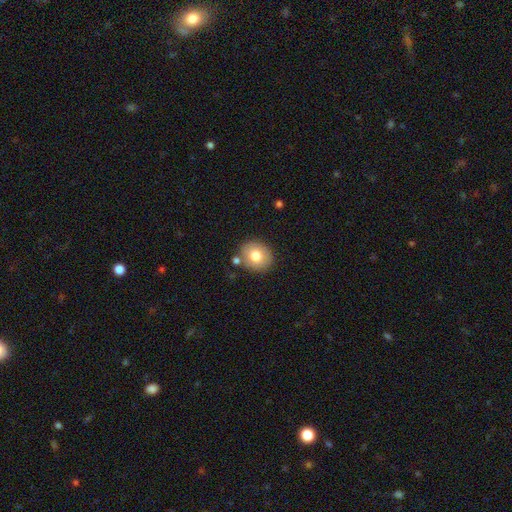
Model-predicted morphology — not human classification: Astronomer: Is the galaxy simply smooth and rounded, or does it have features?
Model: smooth — 76%.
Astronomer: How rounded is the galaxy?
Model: round — 78%.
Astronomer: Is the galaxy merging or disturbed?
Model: none — 80%.